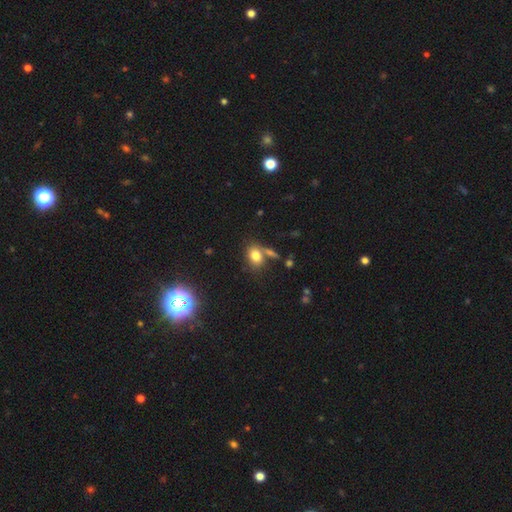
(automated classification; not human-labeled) A smooth galaxy with no disk features (77%) that is in between round and cigar-shaped (70%).

Vote fractions:
- Smooth or featured? smooth: 77% / star or artifact: 13% / featured or disk: 10%
- How rounded? in between: 70% / round: 28% / cigar-shaped: 2%
- Merging? none: 59% / merger: 21% / minor disturbance: 14% / major disturbance: 6%